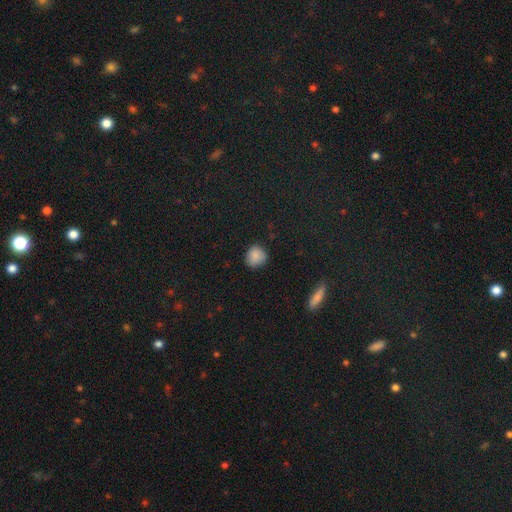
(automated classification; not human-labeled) Q: Smooth or featured?
A: smooth (86%); runner-up: star or artifact (9%)
Q: How rounded?
A: round (86%); runner-up: in between (13%)
Q: Merging?
A: none (82%); runner-up: minor disturbance (14%)